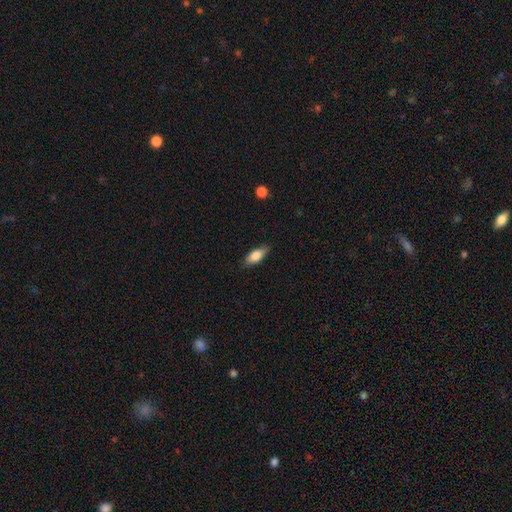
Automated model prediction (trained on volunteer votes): smooth_or_featured: smooth (p=0.79) [alt: featured or disk p=0.14]
how_rounded: in between (p=0.79) [alt: cigar-shaped p=0.18]
merging: none (p=0.84) [alt: minor disturbance p=0.13]